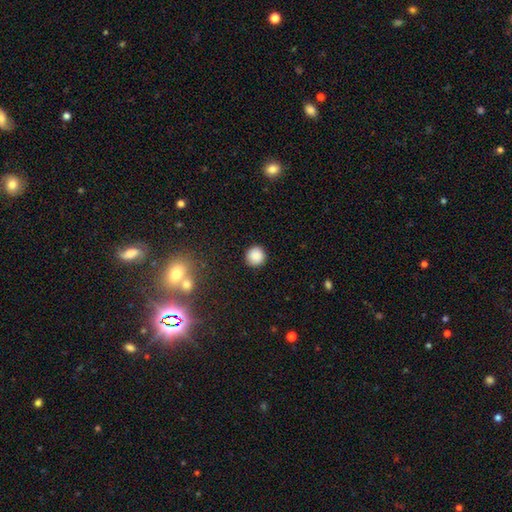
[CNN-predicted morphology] smooth 87%, star or artifact 10%, featured or disk 3%. Down the decision tree: how rounded — round (94%); merging — none (90%).